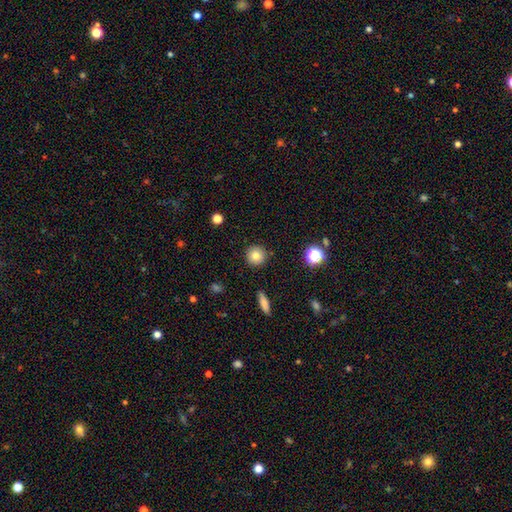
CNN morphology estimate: Smooth or featured: smooth — 82% (star or artifact — 10%)
How rounded: round — 94% (in between — 5%)
Merging: none — 90% (minor disturbance — 6%)